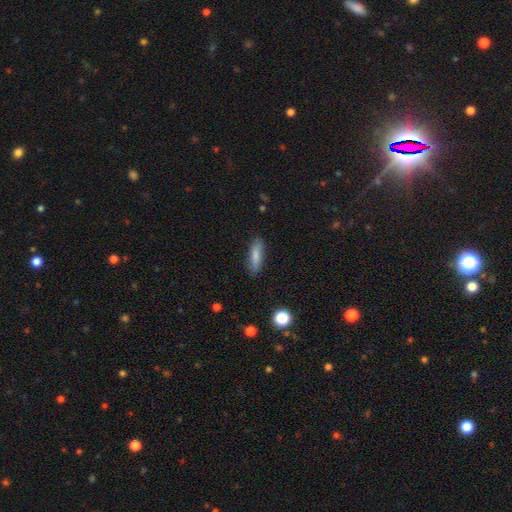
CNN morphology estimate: This is clearly a smooth galaxy (81%). How rounded: possibly cigar-shaped (55%). Merging: clearly none (84%).